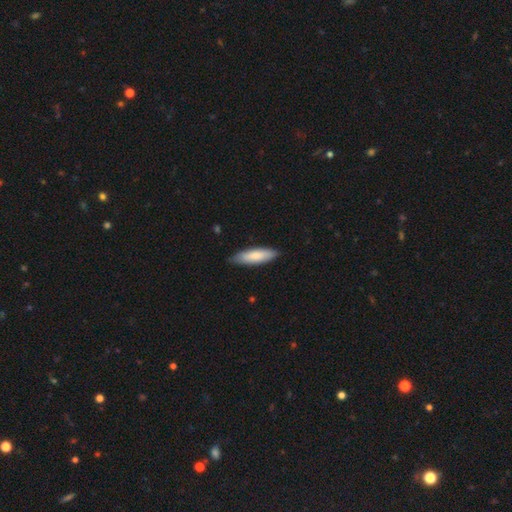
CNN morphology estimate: Overall: smooth (78%). How rounded: cigar-shaped (57%; in between 42%). Merging: none (84%).